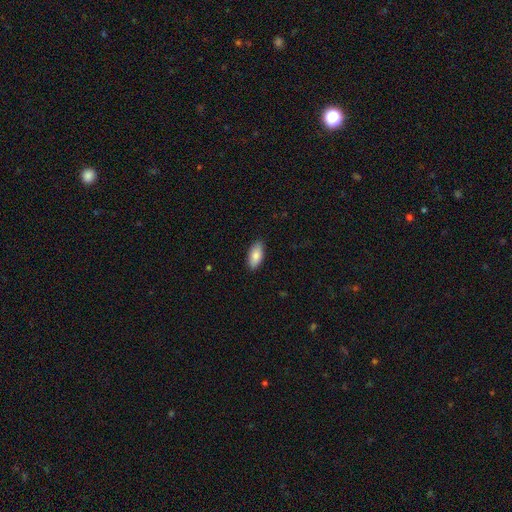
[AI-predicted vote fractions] Smooth or featured?
  - smooth: 85% *
  - featured or disk: 9%
  - star or artifact: 6%
How rounded?
  - in between: 89% *
  - cigar-shaped: 9%
  - round: 2%
Merging?
  - none: 88% *
  - minor disturbance: 9%
  - major disturbance: 2%
  - merger: 1%